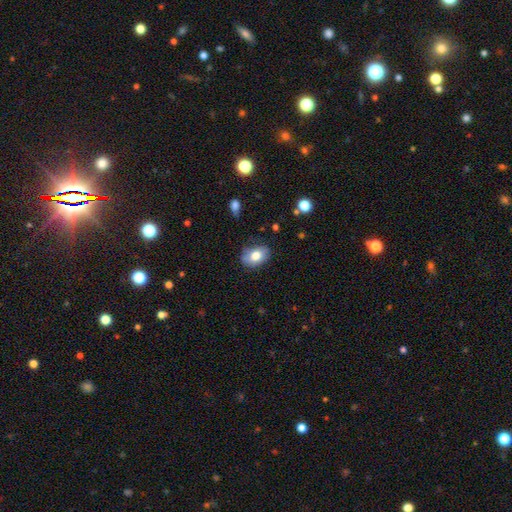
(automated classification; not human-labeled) The model was most divided on "merging": none: 75%, minor disturbance: 20%, major disturbance: 4%, merger: 2%. More confident: how rounded — in between (80%); smooth or featured — smooth (76%).